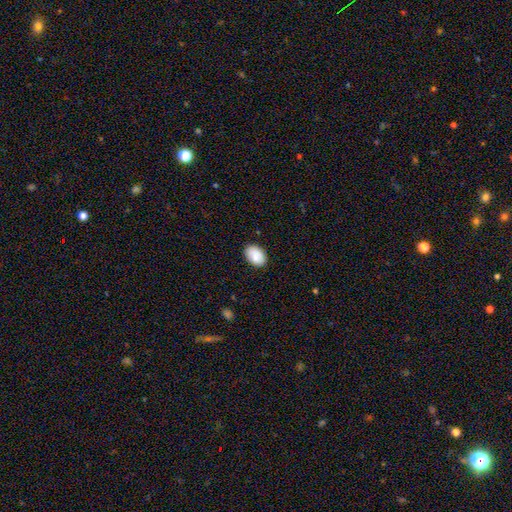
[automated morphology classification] smooth 85%, featured or disk 8%, star or artifact 7%. Down the decision tree: how rounded — in between (86%); merging — none (82%).